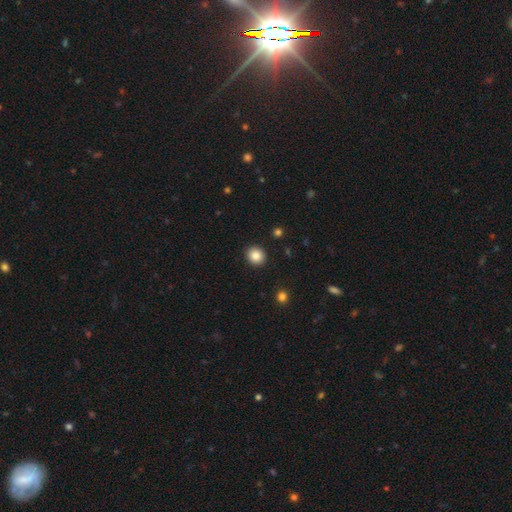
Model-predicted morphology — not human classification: type=smooth (86%); roundness=round (86%); merging=none (92%).